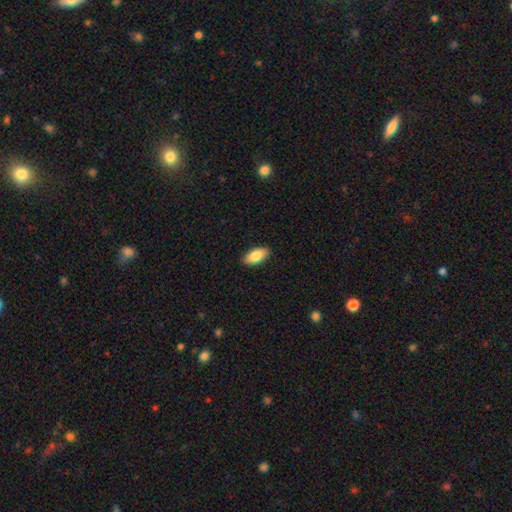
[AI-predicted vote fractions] Smooth or featured: smooth — 86% (featured or disk — 8%)
How rounded: in between — 92% (cigar-shaped — 6%)
Merging: none — 89% (minor disturbance — 8%)